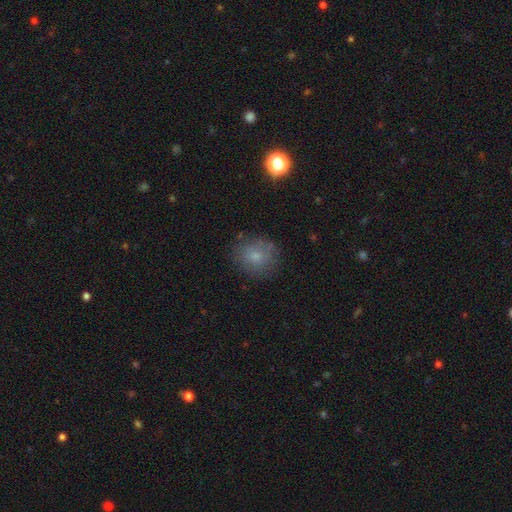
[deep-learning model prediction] smooth 75%, featured or disk 13%, star or artifact 12%. Down the decision tree: how rounded — round (74%); merging — none (77%).